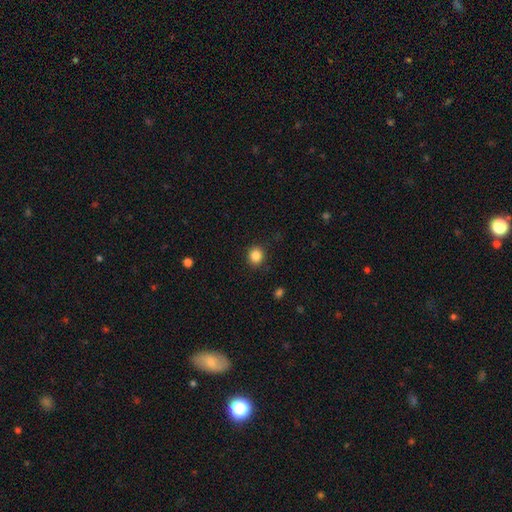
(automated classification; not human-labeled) smooth 85%, star or artifact 10%, featured or disk 4%. Down the decision tree: how rounded — round (83%); merging — none (90%).